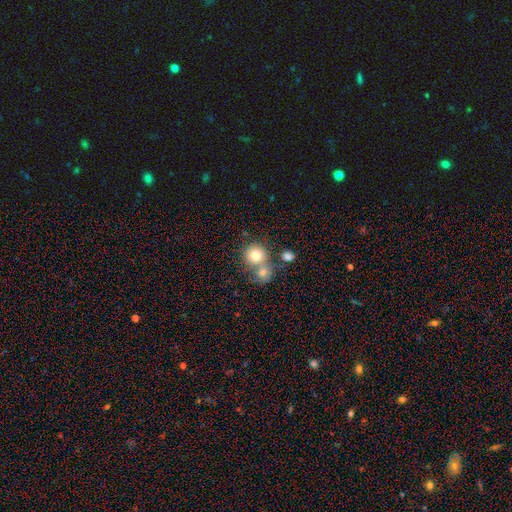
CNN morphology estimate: This is likely a smooth galaxy (78%). How rounded: clearly round (86%). Merging: marginally none (45%, tied with merger).